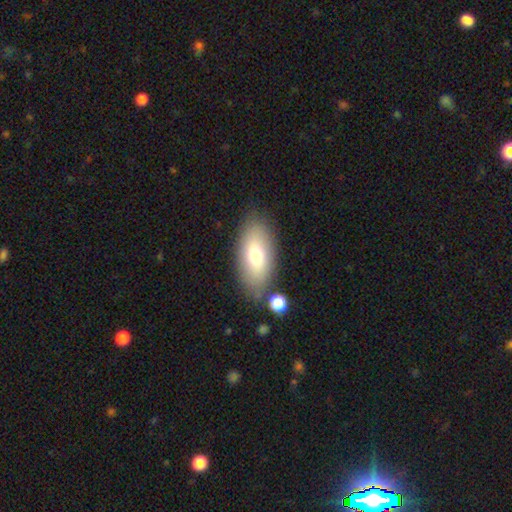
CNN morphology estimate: A smooth galaxy with no disk features (71%) that is in between round and cigar-shaped (88%).

Vote fractions:
- Smooth or featured? smooth: 71% / featured or disk: 21% / star or artifact: 8%
- How rounded? in between: 88% / cigar-shaped: 8% / round: 3%
- Merging? none: 79% / minor disturbance: 12% / merger: 5% / major disturbance: 4%